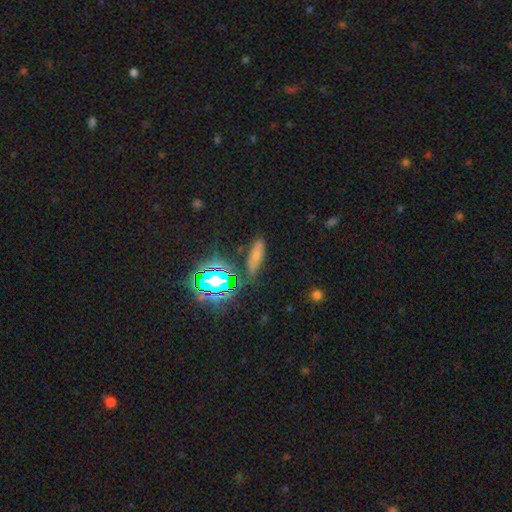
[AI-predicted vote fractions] Morphology: type=smooth (59%); roundness=cigar-shaped (56%); merging=none (78%).